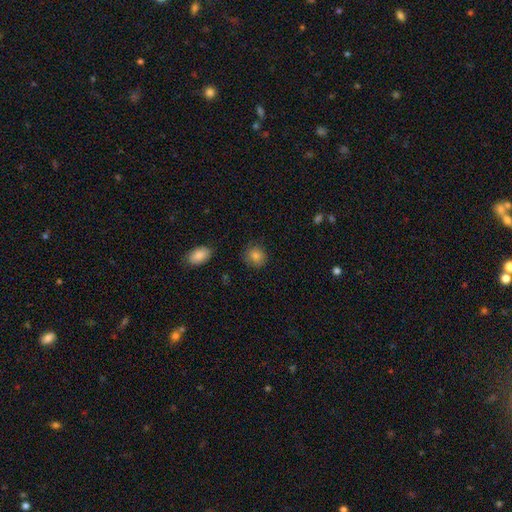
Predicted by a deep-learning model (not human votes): Q: Smooth or featured?
A: smooth (85%); runner-up: star or artifact (9%)
Q: How rounded?
A: round (81%); runner-up: in between (18%)
Q: Merging?
A: none (83%); runner-up: minor disturbance (13%)